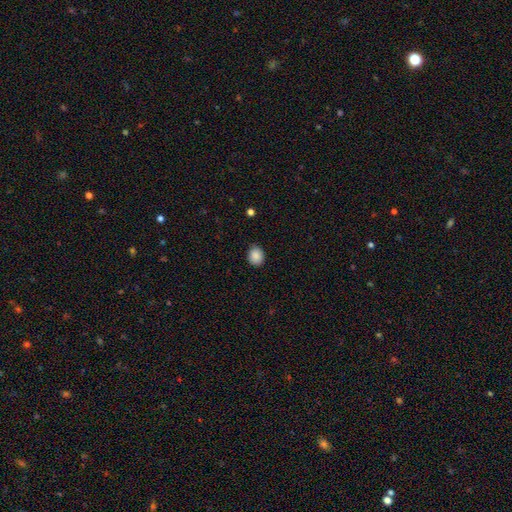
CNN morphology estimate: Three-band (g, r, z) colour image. It shows a smooth galaxy with no disk features (88%) that is round (59%). Merging: none (85%).